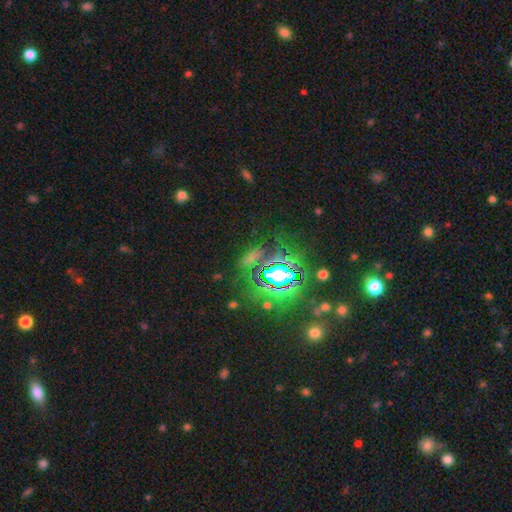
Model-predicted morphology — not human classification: The model was most divided on "smooth or featured": star or artifact: 73%, smooth: 17%, featured or disk: 10%.